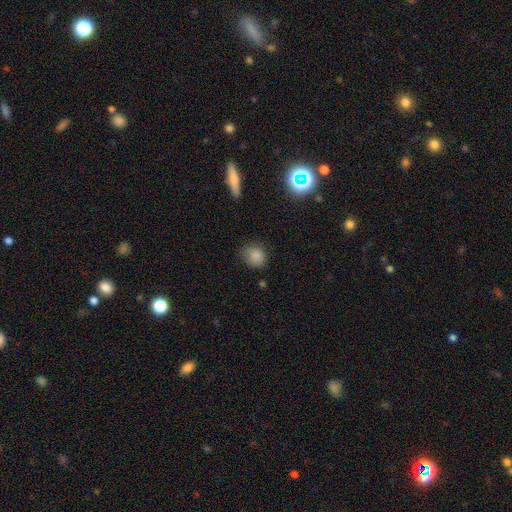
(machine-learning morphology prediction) Smooth or featured?
  - smooth: 84% *
  - star or artifact: 11%
  - featured or disk: 5%
How rounded?
  - round: 73% *
  - in between: 26%
  - cigar-shaped: 1%
Merging?
  - none: 72% *
  - minor disturbance: 21%
  - major disturbance: 5%
  - merger: 2%